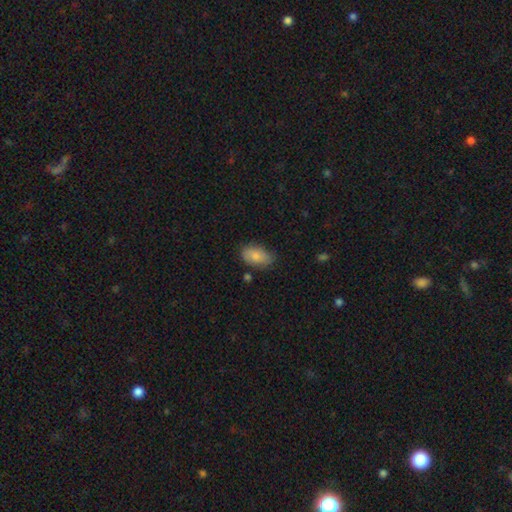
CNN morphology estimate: Q: Smooth or featured?
A: smooth (82%); runner-up: featured or disk (11%)
Q: How rounded?
A: in between (92%); runner-up: round (6%)
Q: Merging?
A: none (67%); runner-up: minor disturbance (25%)